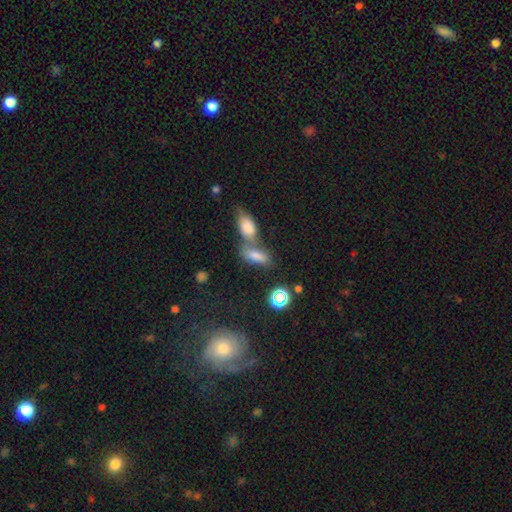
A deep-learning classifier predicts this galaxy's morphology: type=smooth (74%); roundness=in between (81%); merging=merger (56%).